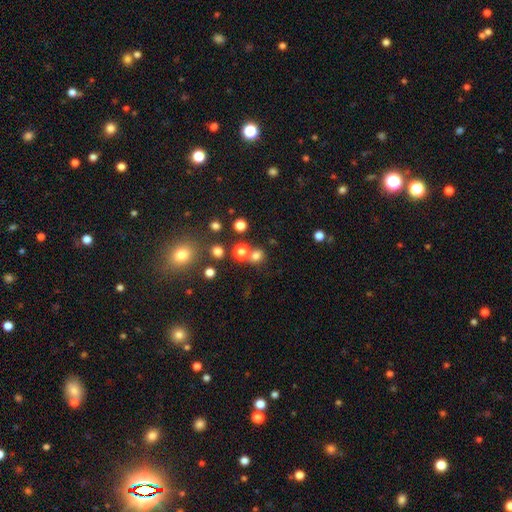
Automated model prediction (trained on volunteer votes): Q: Smooth or featured?
A: smooth (74%); runner-up: star or artifact (20%)
Q: How rounded?
A: round (85%); runner-up: in between (14%)
Q: Merging?
A: none (70%); runner-up: merger (18%)